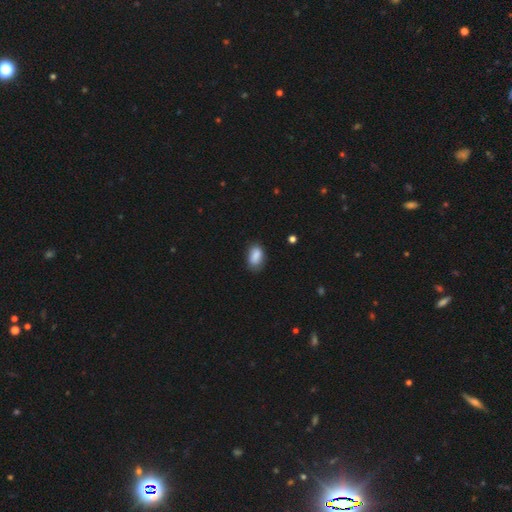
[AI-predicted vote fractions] Morphology: type=smooth (86%); roundness=in between (89%); merging=none (69%).